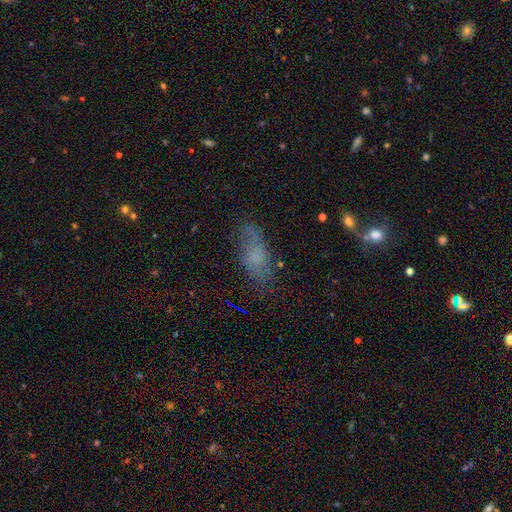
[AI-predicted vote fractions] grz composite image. It shows a smooth galaxy with no disk features (59%) that is in between round and cigar-shaped (77%). Merging: none (60%).